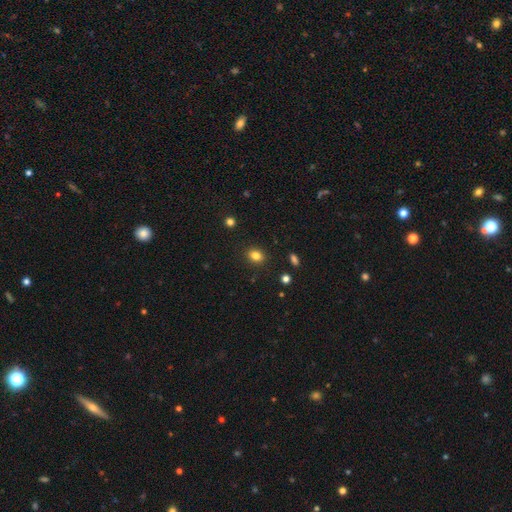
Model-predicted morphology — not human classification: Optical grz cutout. It shows a smooth galaxy with no disk features (83%) that is in between round and cigar-shaped (59%). Merging: none (88%).